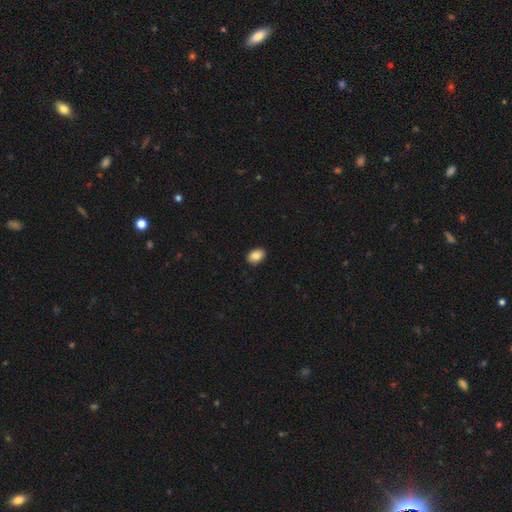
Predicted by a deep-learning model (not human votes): A smooth galaxy with no disk features (86%) that is in between round and cigar-shaped (80%). Merging: none (90%).